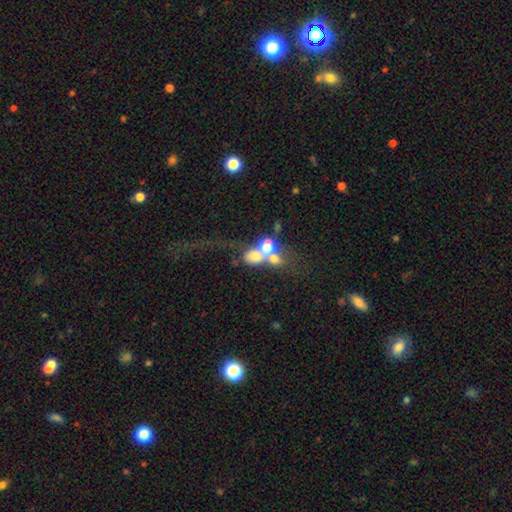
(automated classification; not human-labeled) smooth-or-featured: smooth: 54% | featured or disk: 29% | star or artifact: 16%
  how-rounded: round: 54% | in between: 42% | cigar-shaped: 4%
  merging: merger: 63% | none: 18% | major disturbance: 13% | minor disturbance: 6%